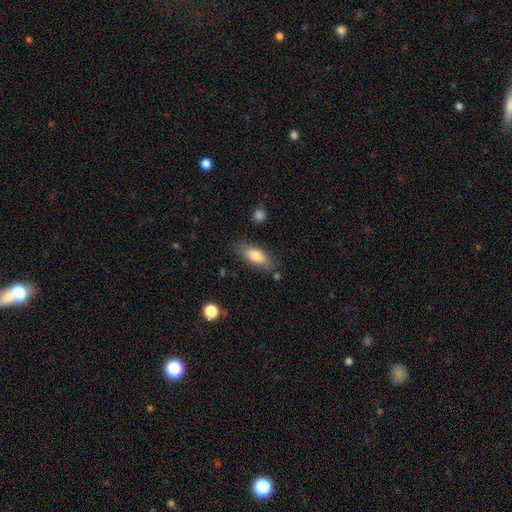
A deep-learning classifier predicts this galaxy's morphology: This appears to be a smooth galaxy with no disk features (79%) that is in between round and cigar-shaped (77%). Merging: none (78%).